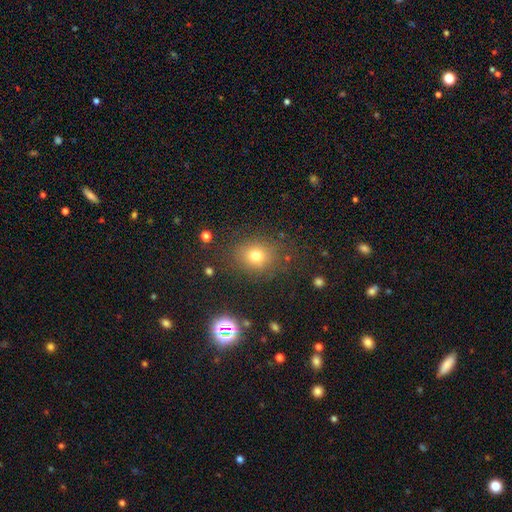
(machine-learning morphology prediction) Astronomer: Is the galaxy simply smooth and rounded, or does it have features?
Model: smooth — 74%.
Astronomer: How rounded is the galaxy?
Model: round — 69%.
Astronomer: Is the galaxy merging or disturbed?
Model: none — 80%.